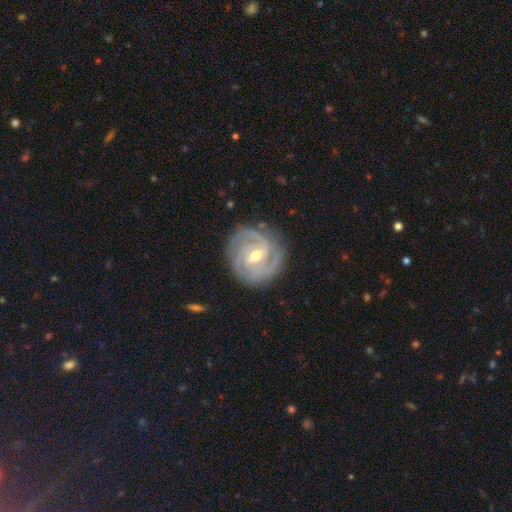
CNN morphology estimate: A featured or disk galaxy (91%) with a weak bar (52%), 3 (42%) tight (68%) spiral arms (98%) and a moderate central bulge (54%).

Vote fractions:
- Smooth or featured? featured or disk: 91% / smooth: 5% / star or artifact: 4%
- Edge-on disk? no: 98% / yes: 2%
- Bar? weak: 52% / strong: 28% / no: 21%
- Spiral arms? yes: 98% / no: 2%
- Spiral winding? tight: 68% / medium: 28% / loose: 4%
- Spiral arm count? 3: 42% / 2: 27% / can't tell: 11% / 4: 11% / more than 4: 5% / 1: 5%
- Bulge size? moderate: 54% / small: 43% / large: 1% / none: 1% / dominant: 1%
- Merging? none: 83% / minor disturbance: 12% / major disturbance: 3% / merger: 1%